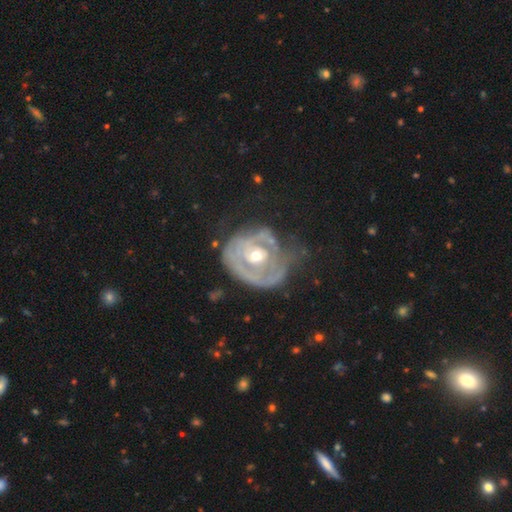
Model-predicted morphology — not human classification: featured or disk 77%, smooth 16%, star or artifact 7%. Down the decision tree: edge-on disk — no (97%); bar — no (72%); spiral arms — yes (63%); bulge size — moderate (60%); merging — none (35%).